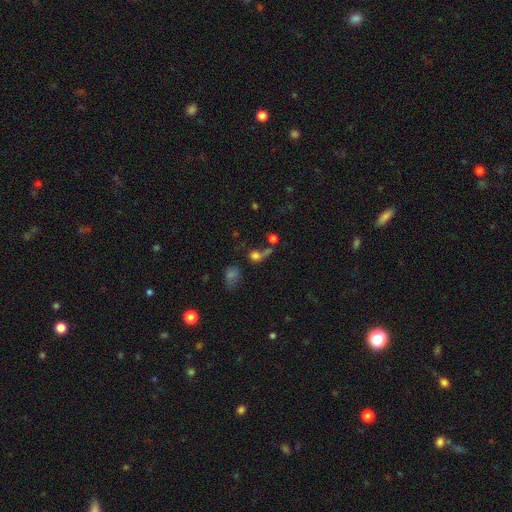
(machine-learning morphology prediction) A smooth galaxy with no disk features (68%) that is round (62%). Merging: merger (36%).